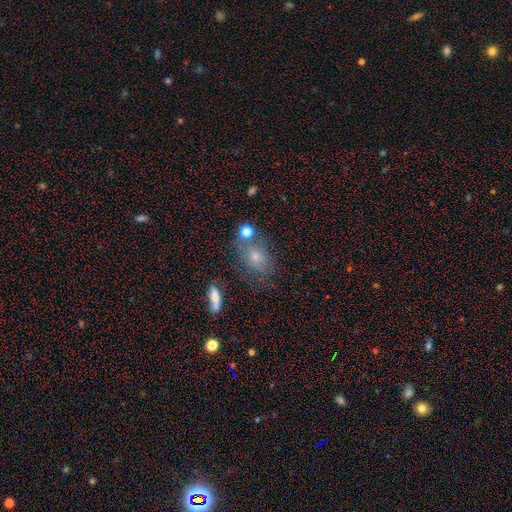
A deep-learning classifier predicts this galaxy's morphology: smooth-or-featured: smooth: 63% | featured or disk: 22% | star or artifact: 15%
  how-rounded: in between: 67% | round: 30% | cigar-shaped: 3%
  merging: none: 59% | minor disturbance: 19% | merger: 13% | major disturbance: 9%